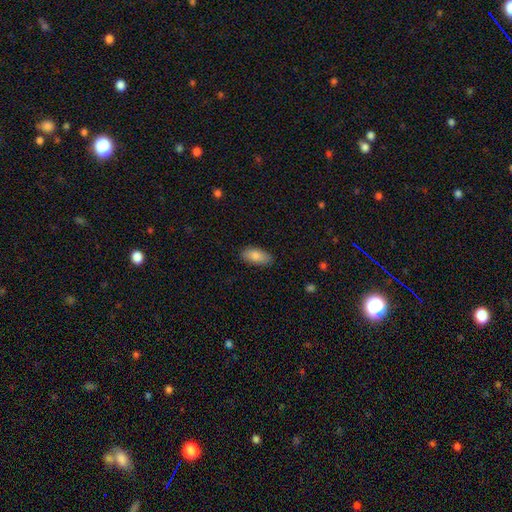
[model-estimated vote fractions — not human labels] The model was most divided on "merging": none: 86%, minor disturbance: 11%, major disturbance: 2%, merger: 1%. More confident: how rounded — in between (90%); smooth or featured — smooth (84%).